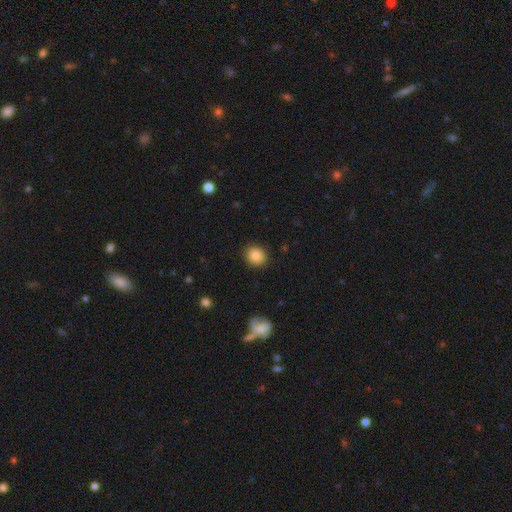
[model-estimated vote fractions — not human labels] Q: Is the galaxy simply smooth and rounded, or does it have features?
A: smooth — 87%.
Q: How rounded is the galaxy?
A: round — 81%.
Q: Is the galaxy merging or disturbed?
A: none — 89%.